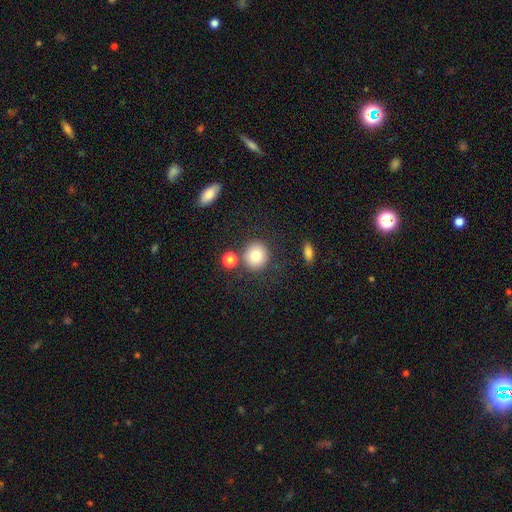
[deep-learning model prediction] This appears to be a smooth galaxy with no disk features (80%) that is round (87%). Merging: none (78%).